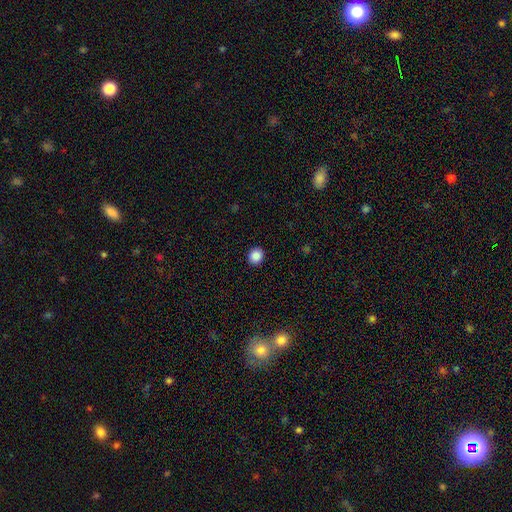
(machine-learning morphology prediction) The model was most divided on "how rounded": round: 76%, in between: 24%, cigar-shaped: 1%. More confident: merging — none (92%); smooth or featured — smooth (87%).